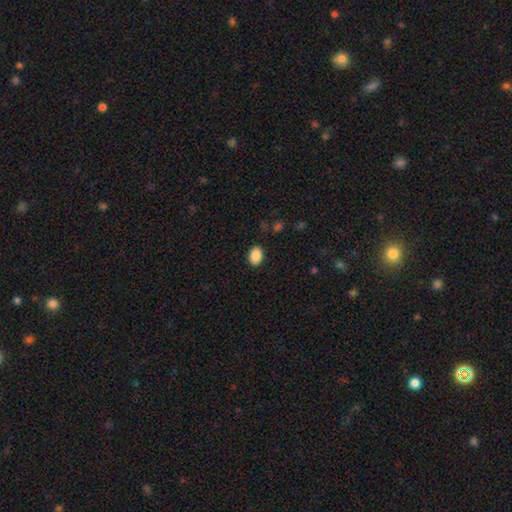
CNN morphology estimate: Q: Smooth or featured?
A: smooth (89%); runner-up: star or artifact (8%)
Q: How rounded?
A: in between (77%); runner-up: round (22%)
Q: Merging?
A: none (89%); runner-up: minor disturbance (8%)